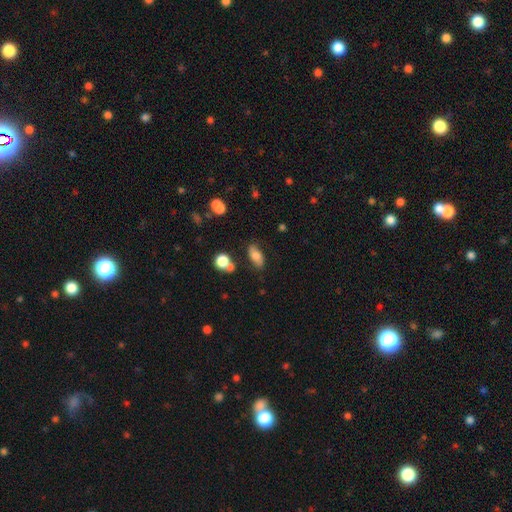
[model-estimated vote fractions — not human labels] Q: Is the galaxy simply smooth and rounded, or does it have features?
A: smooth — 71%.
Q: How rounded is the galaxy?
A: in between — 83%.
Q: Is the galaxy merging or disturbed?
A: none — 71%.